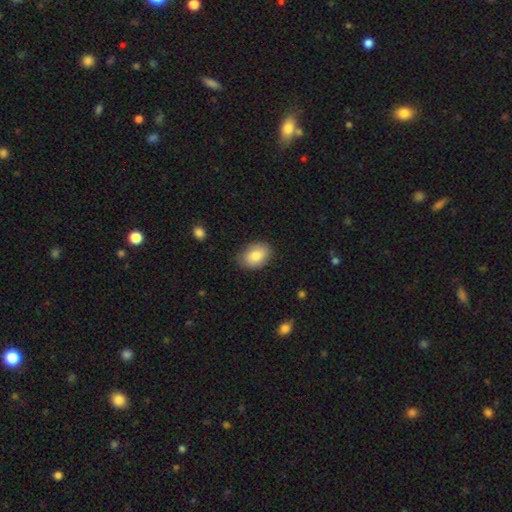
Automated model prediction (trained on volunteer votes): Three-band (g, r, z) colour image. It shows a smooth galaxy with no disk features (82%) that is in between round and cigar-shaped (82%). Merging: none (81%).